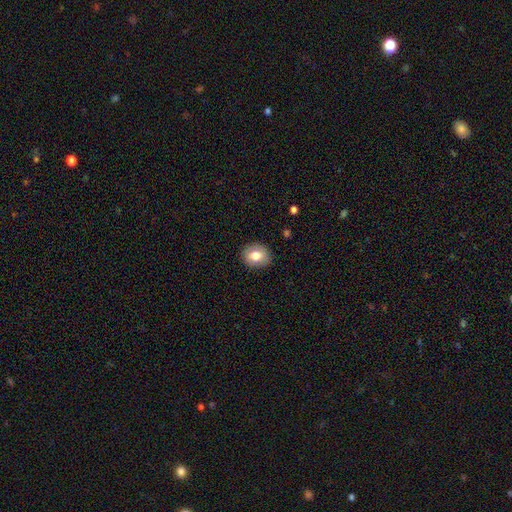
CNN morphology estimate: Q: Smooth or featured?
A: smooth (77%); runner-up: featured or disk (14%)
Q: How rounded?
A: round (68%); runner-up: in between (31%)
Q: Merging?
A: none (89%); runner-up: minor disturbance (8%)